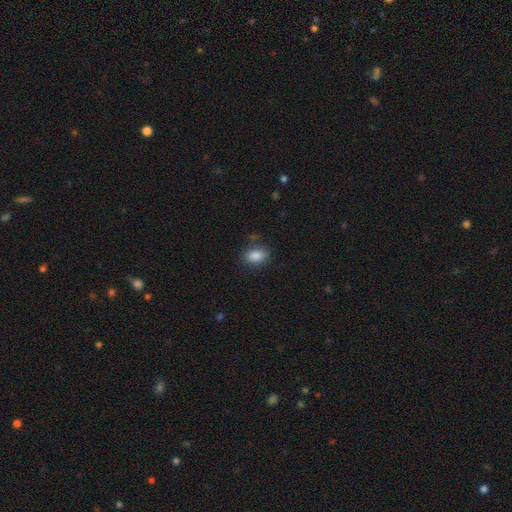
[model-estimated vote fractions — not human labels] This is clearly a smooth galaxy (86%). How rounded: clearly in between (81%). Merging: clearly none (82%).